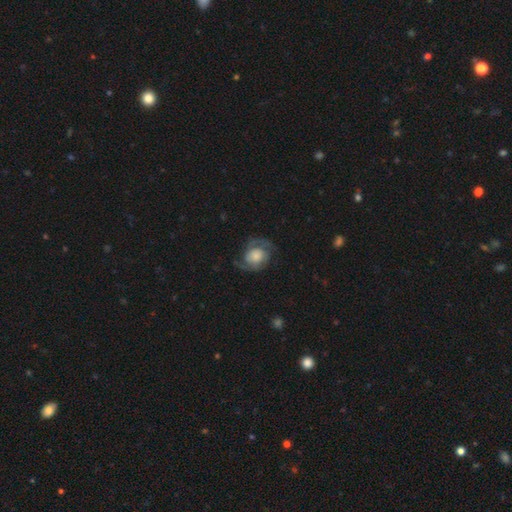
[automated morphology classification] Overall: featured or disk (73%). Edge-on disk: no (97%). Bar: no (76%). Spiral arms: yes (91%). Spiral arm count: 2 (86%). Spiral winding: medium (47%; tight 30%). Bulge size: large (37%; moderate 25%). Merging: none (66%).